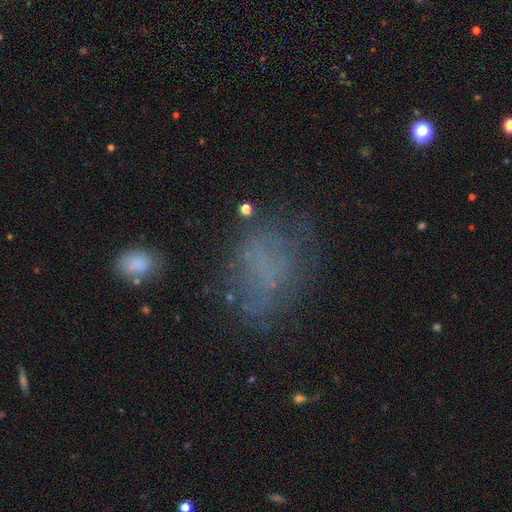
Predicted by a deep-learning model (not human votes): This is possibly a smooth galaxy (47%). Merging: possibly none (53%).